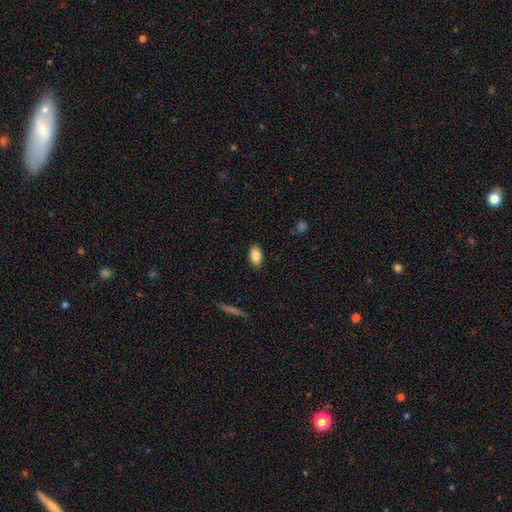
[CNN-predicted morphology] The model was most divided on "merging": none: 87%, minor disturbance: 9%, major disturbance: 2%, merger: 1%. More confident: how rounded — in between (92%); smooth or featured — smooth (86%).